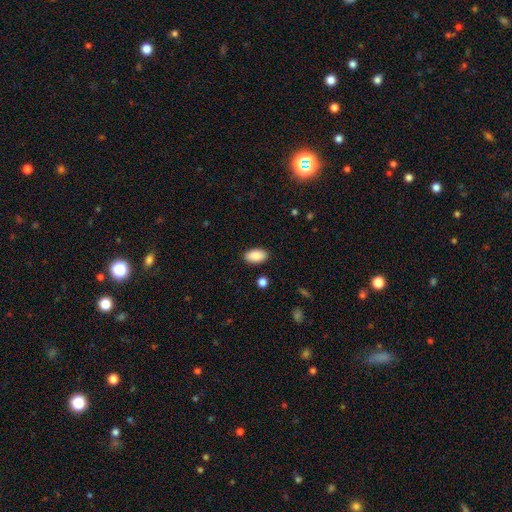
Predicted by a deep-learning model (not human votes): A smooth galaxy with no disk features (90%) that is in between round and cigar-shaped (94%). Merging: none (89%).